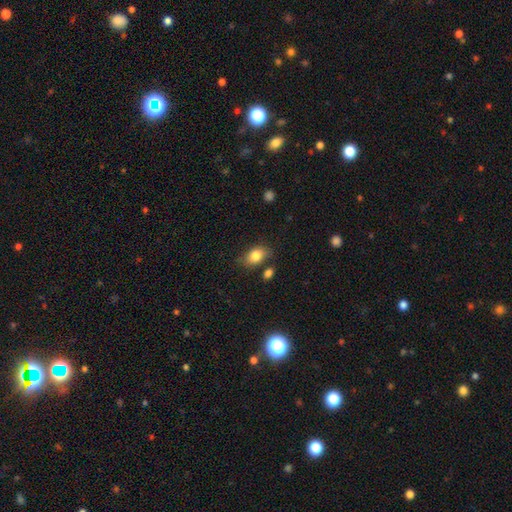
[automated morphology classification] Q: Smooth or featured?
A: smooth (82%); runner-up: featured or disk (10%)
Q: How rounded?
A: in between (77%); runner-up: round (22%)
Q: Merging?
A: none (68%); runner-up: minor disturbance (19%)